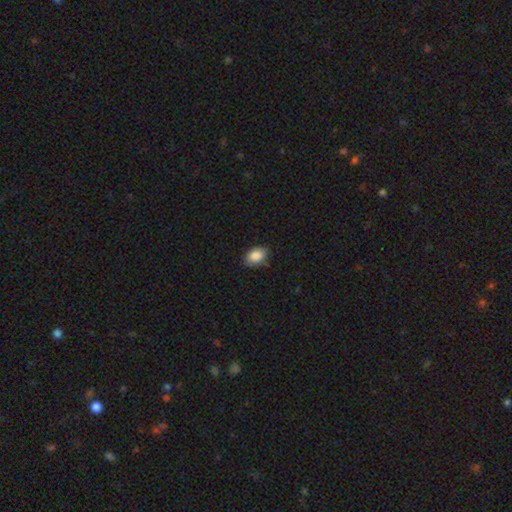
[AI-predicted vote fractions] The model was most divided on "merging": none: 83%, minor disturbance: 14%, major disturbance: 2%, merger: 1%. More confident: how rounded — in between (87%); smooth or featured — smooth (87%).